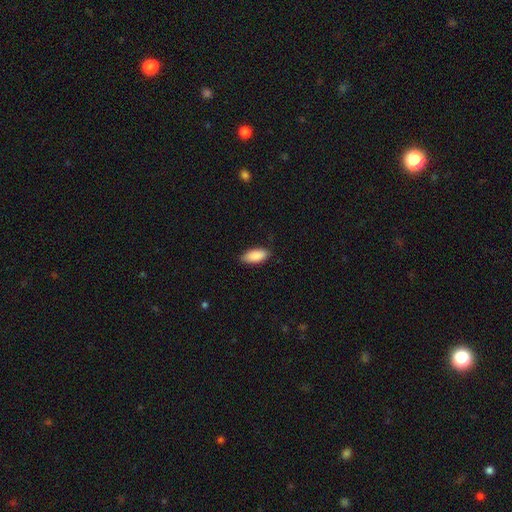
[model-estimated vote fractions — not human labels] Smooth or featured? smooth (88%)
How rounded? in between (87%)
Merging? none (83%)